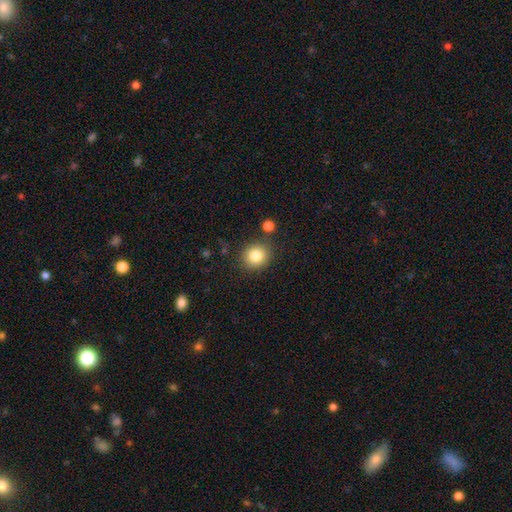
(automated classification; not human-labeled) smooth-or-featured: smooth: 83% | star or artifact: 10% | featured or disk: 7%
  how-rounded: round: 84% | in between: 15% | cigar-shaped: 1%
  merging: none: 85% | minor disturbance: 8% | merger: 4% | major disturbance: 3%